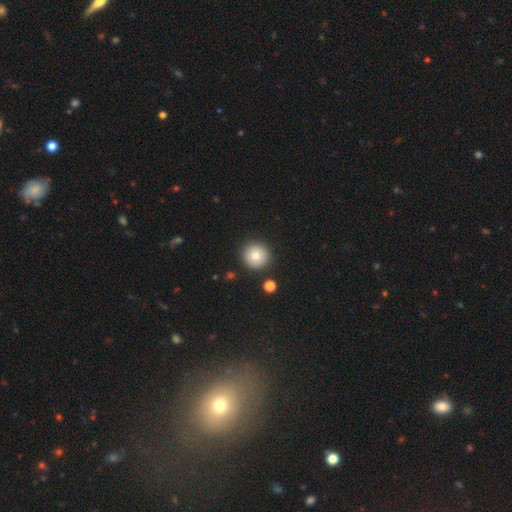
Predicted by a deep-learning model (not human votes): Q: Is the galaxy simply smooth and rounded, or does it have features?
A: smooth — 78%.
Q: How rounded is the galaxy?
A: round — 96%.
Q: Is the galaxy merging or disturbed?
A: none — 89%.